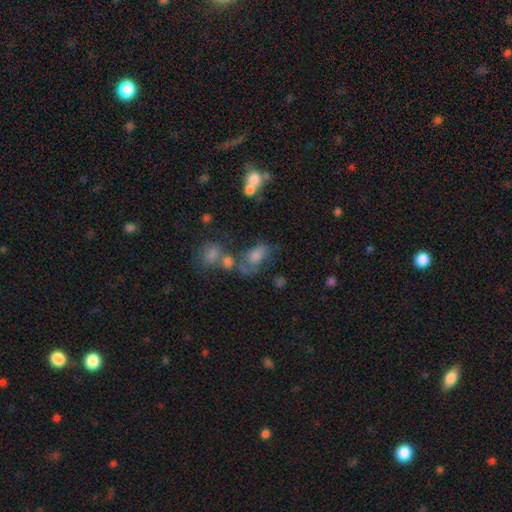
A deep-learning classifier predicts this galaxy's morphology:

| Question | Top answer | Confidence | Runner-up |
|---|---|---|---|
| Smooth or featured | smooth | 55% | featured or disk (26%) |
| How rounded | in between | 81% | round (15%) |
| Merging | none | 41% | merger (24%) |